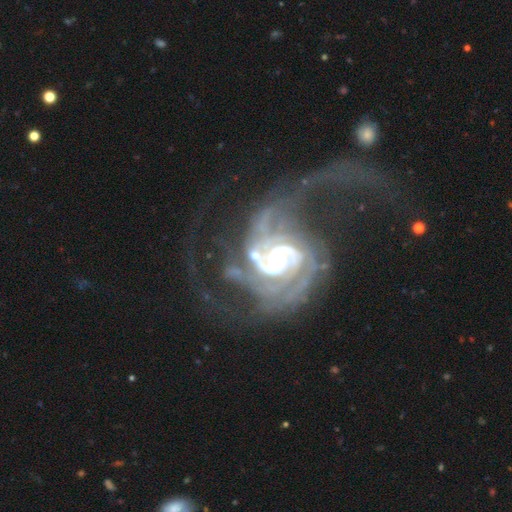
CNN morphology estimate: featured or disk 89%, star or artifact 6%, smooth 4%. Down the decision tree: edge-on disk — no (98%); bar — no (41%); spiral arms — yes (96%); spiral arm count — 2 (51%); spiral winding — tight (44%); bulge size — moderate (60%); merging — none (37%).